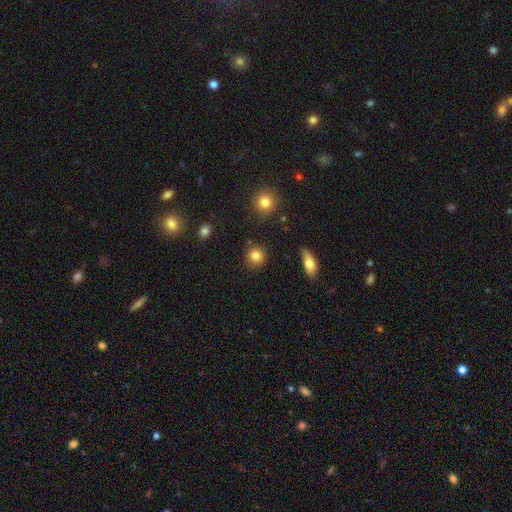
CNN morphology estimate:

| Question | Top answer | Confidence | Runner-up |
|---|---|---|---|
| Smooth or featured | smooth | 85% | star or artifact (10%) |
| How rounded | round | 90% | in between (9%) |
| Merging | none | 87% | minor disturbance (8%) |